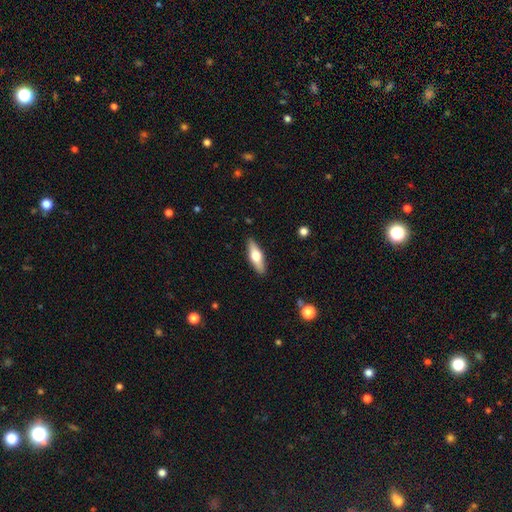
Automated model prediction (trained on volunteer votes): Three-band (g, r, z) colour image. It shows a smooth galaxy with no disk features (51%) that is in between round and cigar-shaped (51%). Merging: none (89%).